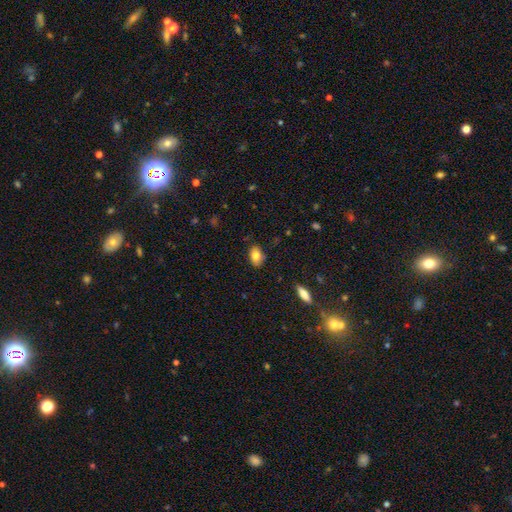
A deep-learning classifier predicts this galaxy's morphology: smooth 80%, featured or disk 11%, star or artifact 8%. Down the decision tree: how rounded — in between (84%); merging — none (83%).